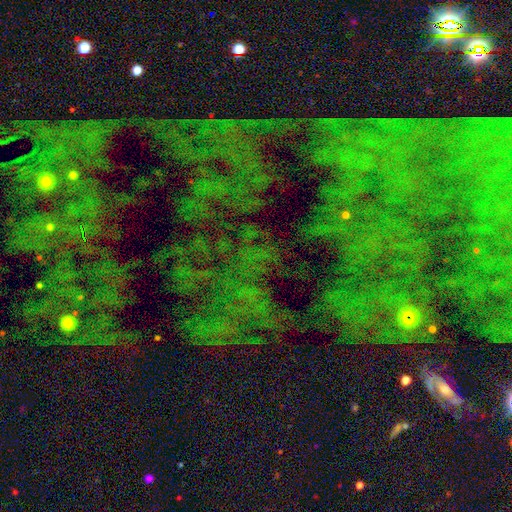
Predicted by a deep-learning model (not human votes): This is likely a star or artifact rather than a galaxy (74%).